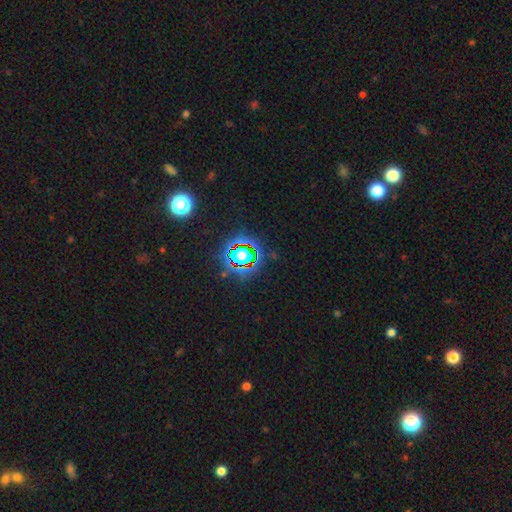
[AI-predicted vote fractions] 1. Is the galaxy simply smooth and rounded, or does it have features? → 78% star or artifact, 14% smooth, 8% featured or disk.